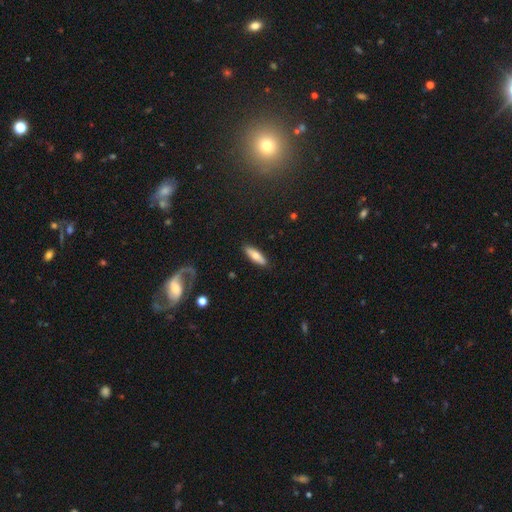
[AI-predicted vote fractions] The model was most divided on "how rounded": cigar-shaped: 55%, in between: 43%, round: 2%. More confident: merging — none (88%); smooth or featured — smooth (65%).